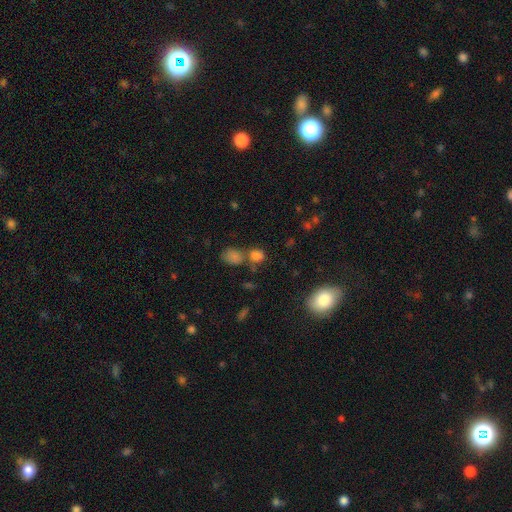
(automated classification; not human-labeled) This appears to be a smooth galaxy with no disk features (76%) that is round (50%). Merging: none (46%).